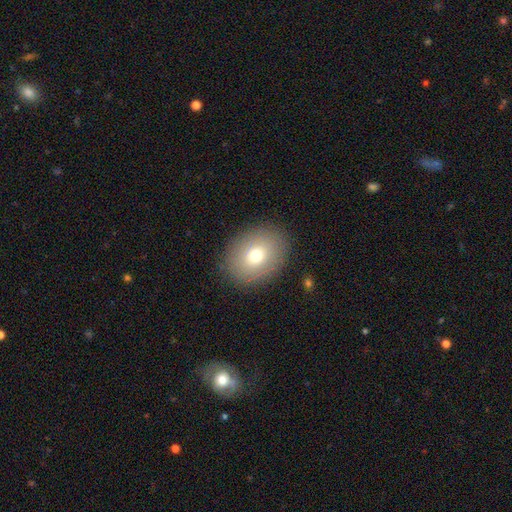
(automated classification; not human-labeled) Morphology: type=smooth (73%); roundness=in between (59%); merging=none (87%).